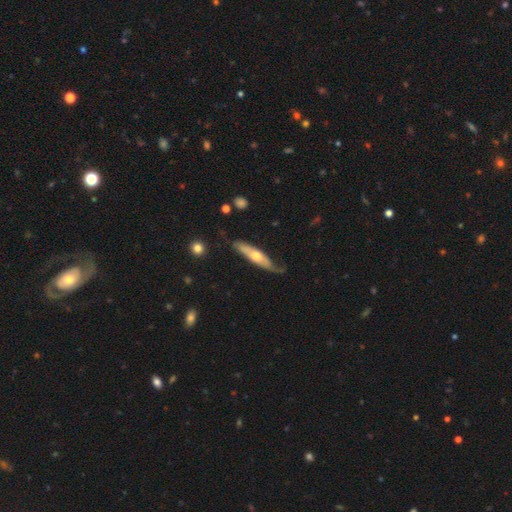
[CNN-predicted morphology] Smooth or featured?
  - featured or disk: 55% *
  - smooth: 41%
  - star or artifact: 5%
Edge-on disk?
  - yes: 68% *
  - no: 32%
Merging?
  - none: 55% *
  - minor disturbance: 31%
  - major disturbance: 11%
  - merger: 3%